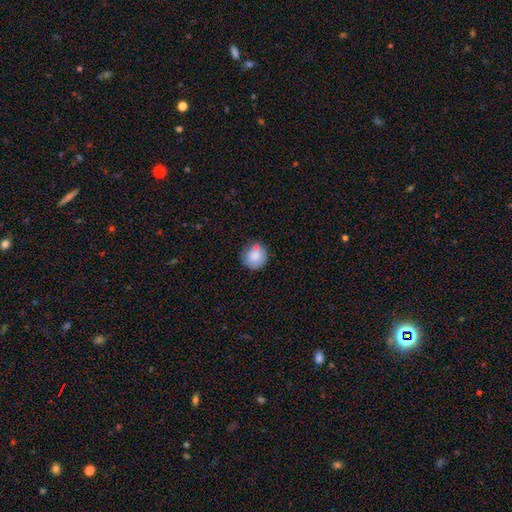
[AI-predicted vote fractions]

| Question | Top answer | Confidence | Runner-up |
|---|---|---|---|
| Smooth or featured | smooth | 84% | star or artifact (8%) |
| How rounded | round | 92% | in between (7%) |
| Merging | none | 72% | minor disturbance (15%) |